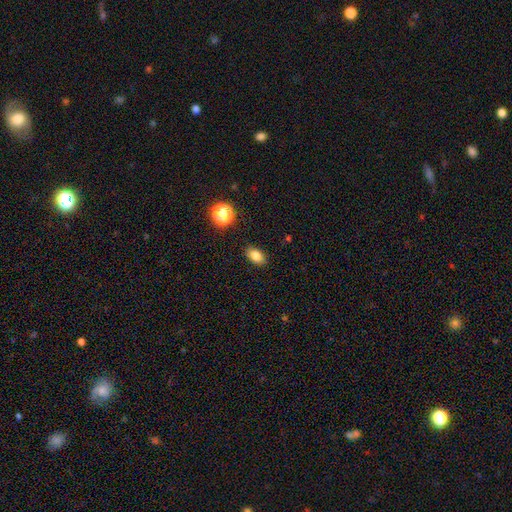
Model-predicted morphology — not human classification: smooth_or_featured: smooth (p=0.81) [alt: star or artifact p=0.11]
how_rounded: in between (p=0.85) [alt: round p=0.13]
merging: none (p=0.88) [alt: minor disturbance p=0.09]